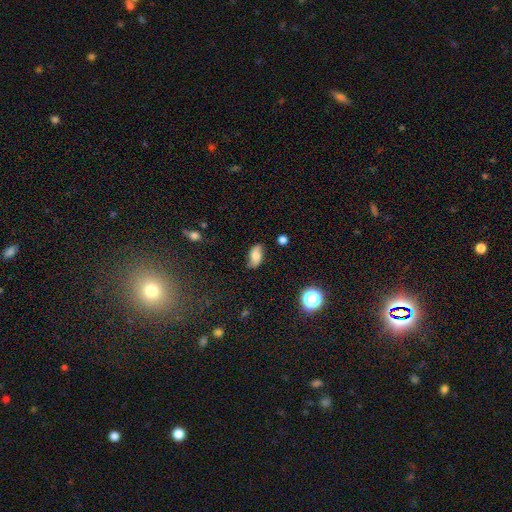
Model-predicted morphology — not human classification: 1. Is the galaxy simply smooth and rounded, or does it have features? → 52% smooth, 37% featured or disk, 11% star or artifact.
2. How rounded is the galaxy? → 88% in between, 6% round, 5% cigar-shaped.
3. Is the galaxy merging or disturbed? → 75% none, 19% minor disturbance, 4% major disturbance, 2% merger.